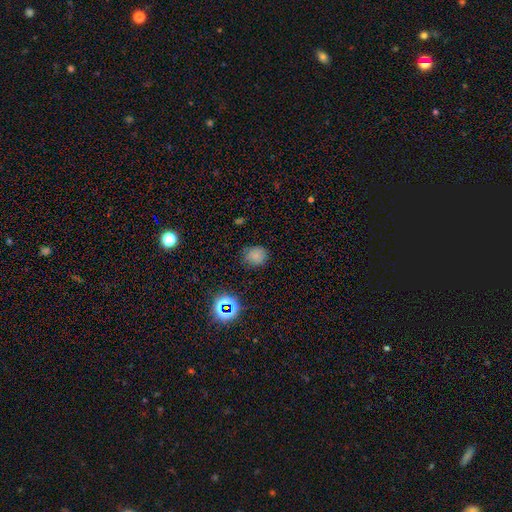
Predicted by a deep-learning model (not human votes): The model was most divided on "smooth or featured": smooth: 71%, star or artifact: 21%, featured or disk: 8%. More confident: merging — none (80%); how rounded — round (76%).